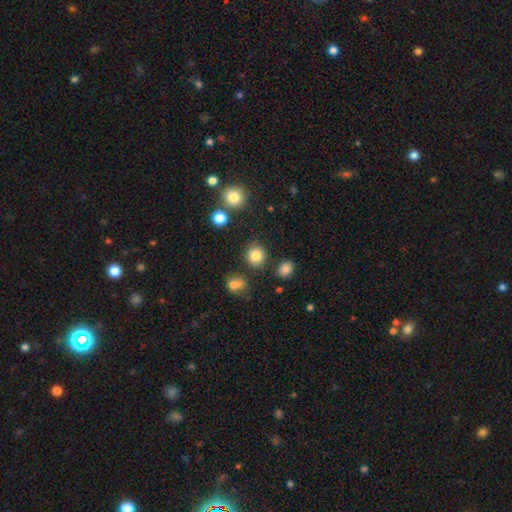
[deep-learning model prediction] Overall: smooth (82%). How rounded: round (85%). Merging: none (85%).